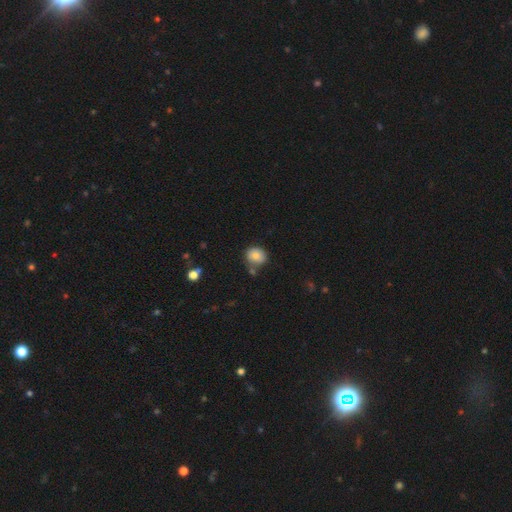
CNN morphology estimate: Smooth or featured? Predicted: smooth (p=0.80). How rounded? Predicted: round (p=0.77). Merging? Predicted: none (p=0.68).